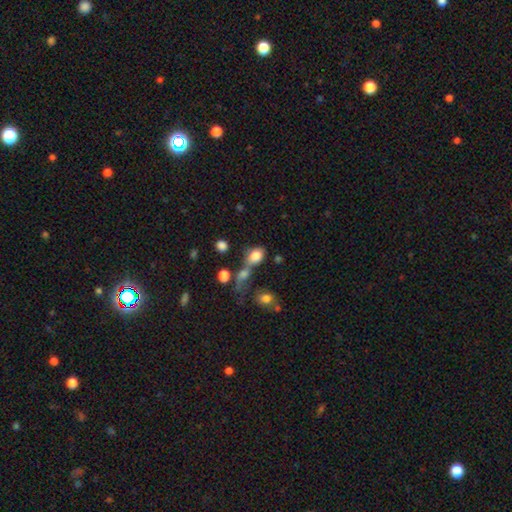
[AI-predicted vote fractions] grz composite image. It shows a smooth galaxy with no disk features (81%) that is in between round and cigar-shaped (71%). Merging: none (44%).